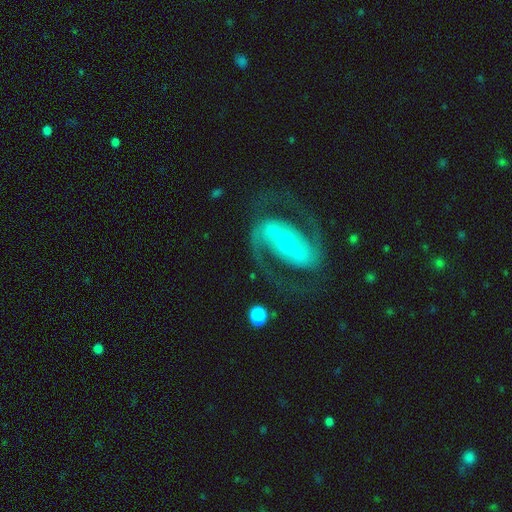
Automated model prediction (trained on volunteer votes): smooth_or_featured: featured or disk (p=0.86) [alt: star or artifact p=0.08]
disk_edge_on: no (p=0.95) [alt: yes p=0.05]
bar: strong (p=0.43) [alt: weak p=0.31]
has_spiral_arms: yes (p=0.95) [alt: no p=0.05]
spiral_winding: medium (p=0.52) [alt: tight p=0.25]
spiral_arm_count: 2 (p=0.89) [alt: can't tell p=0.04]
bulge_size: small (p=0.52) [alt: moderate p=0.43]
merging: none (p=0.71) [alt: minor disturbance p=0.14]